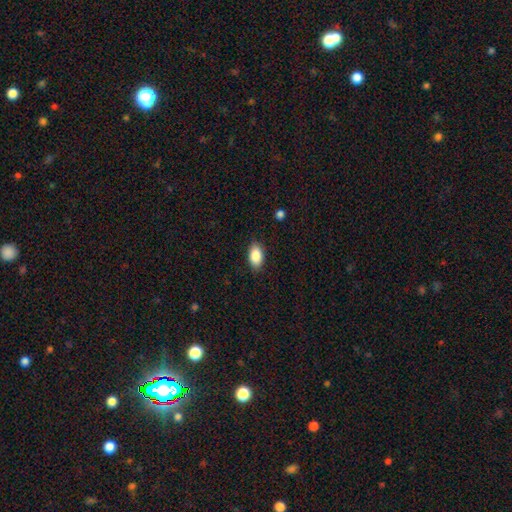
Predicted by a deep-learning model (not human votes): Smooth or featured: smooth — 87% (star or artifact — 7%)
How rounded: in between — 93% (round — 5%)
Merging: none — 86% (minor disturbance — 10%)